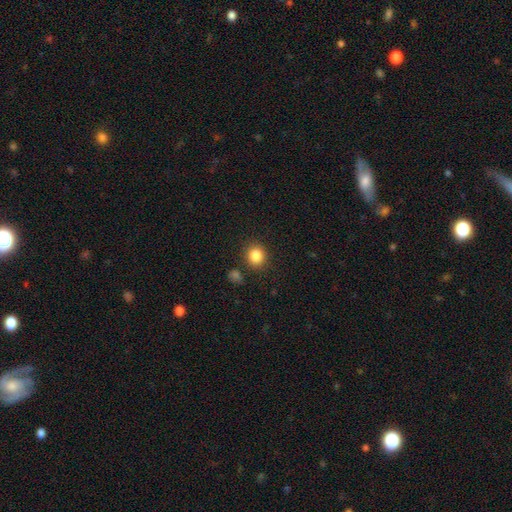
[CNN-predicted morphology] type=smooth (85%); roundness=round (83%); merging=none (85%).